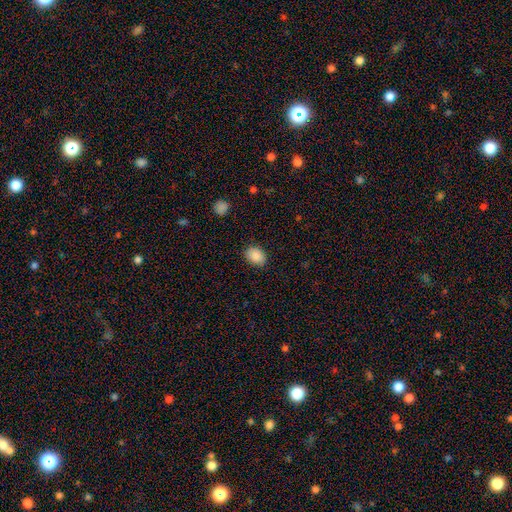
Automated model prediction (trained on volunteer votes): Q: Smooth or featured?
A: smooth (88%); runner-up: star or artifact (8%)
Q: How rounded?
A: in between (67%); runner-up: round (33%)
Q: Merging?
A: none (86%); runner-up: minor disturbance (10%)